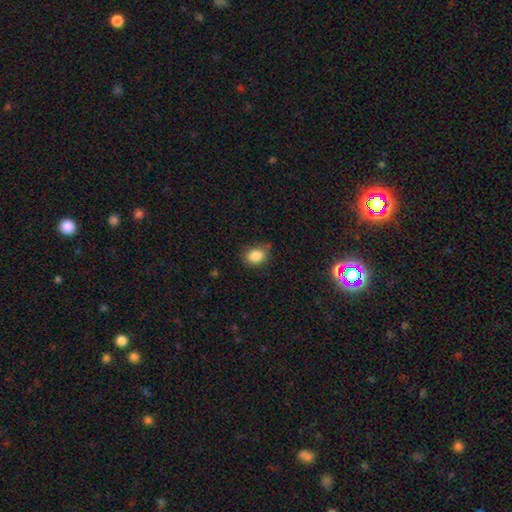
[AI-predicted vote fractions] Smooth or featured? smooth (86%)
How rounded? in between (58%)
Merging? none (71%)